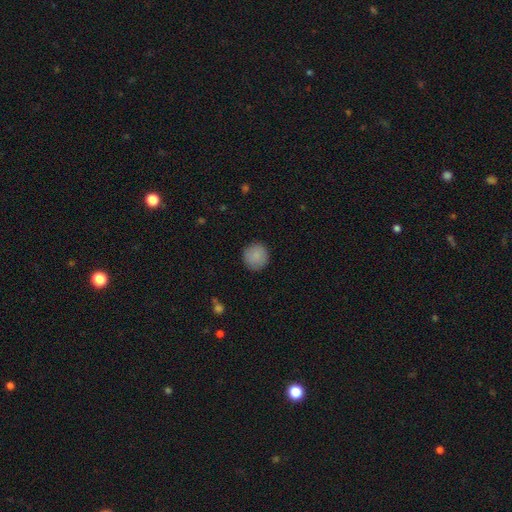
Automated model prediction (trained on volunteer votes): Smooth or featured? Predicted: smooth (p=0.88). How rounded? Predicted: round (p=0.93). Merging? Predicted: none (p=0.90).